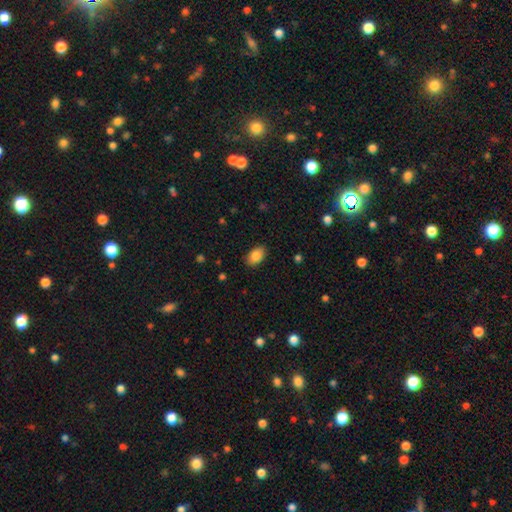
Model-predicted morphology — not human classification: This appears to be a smooth galaxy with no disk features (85%) that is in between round and cigar-shaped (89%). Merging: none (87%).